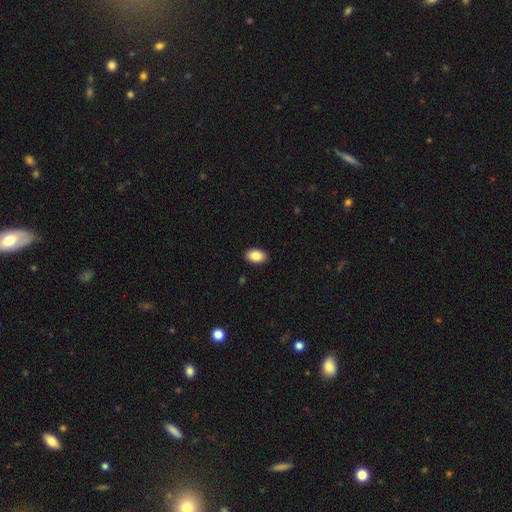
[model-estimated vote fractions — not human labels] Smooth or featured? smooth (88%)
How rounded? in between (88%)
Merging? none (90%)